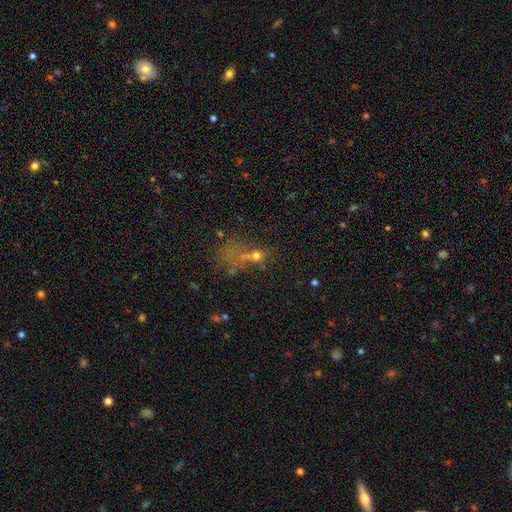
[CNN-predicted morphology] Smooth or featured? smooth (41%)
Merging? merger (31%)